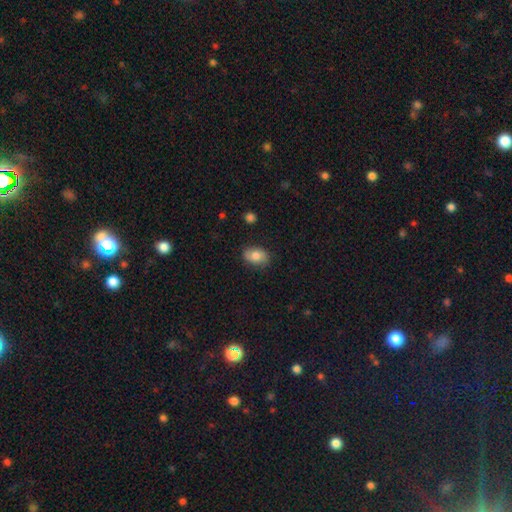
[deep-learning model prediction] The model was most divided on "smooth or featured": smooth: 78%, featured or disk: 14%, star or artifact: 8%. More confident: how rounded — in between (84%); merging — none (82%).